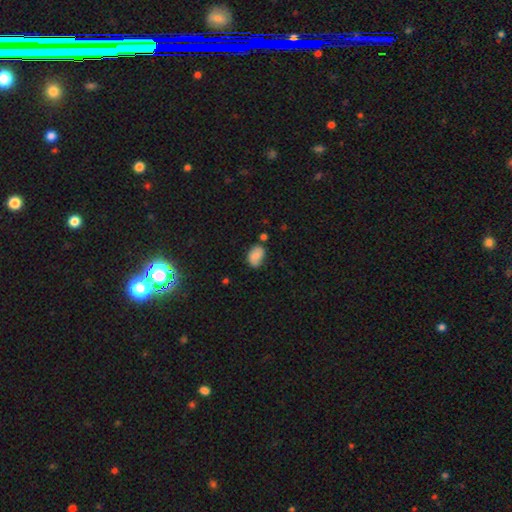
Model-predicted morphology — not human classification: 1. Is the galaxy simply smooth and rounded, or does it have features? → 71% smooth, 20% featured or disk, 9% star or artifact.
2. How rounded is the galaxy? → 80% in between, 18% round, 1% cigar-shaped.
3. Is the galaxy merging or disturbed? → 64% none, 26% minor disturbance, 5% merger, 5% major disturbance.